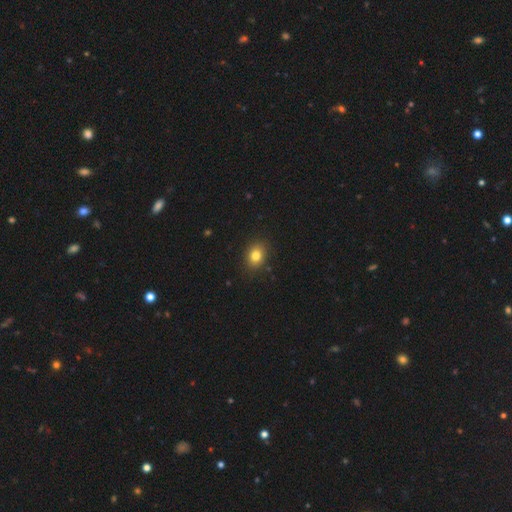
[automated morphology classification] smooth 81%, star or artifact 11%, featured or disk 8%. Down the decision tree: how rounded — in between (56%); merging — none (88%).